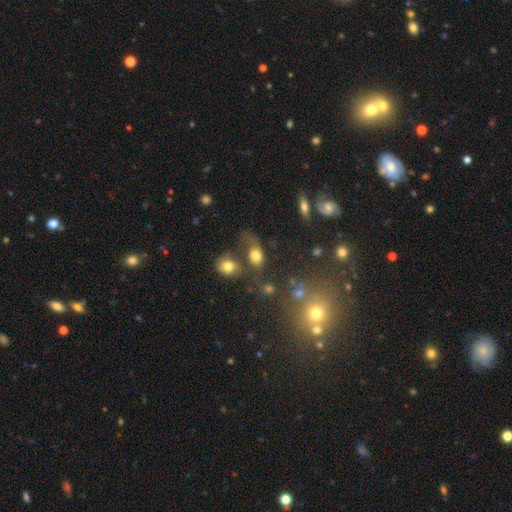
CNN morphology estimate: Smooth or featured? Predicted: smooth (p=0.76). How rounded? Predicted: in between (p=0.67). Merging? Predicted: none (p=0.39).